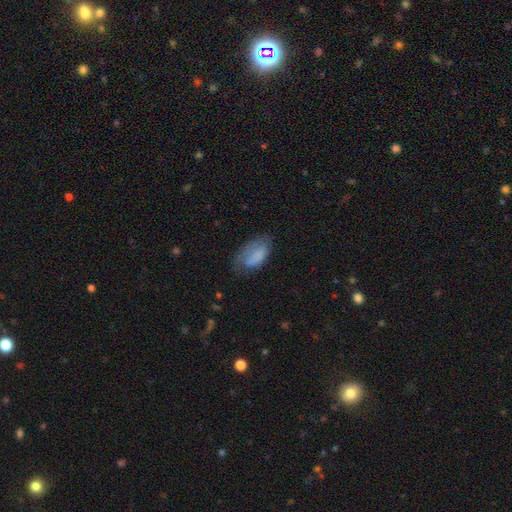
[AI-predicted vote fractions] smooth-or-featured: smooth: 69% | featured or disk: 24% | star or artifact: 8%
  how-rounded: in between: 93% | cigar-shaped: 4% | round: 4%
  merging: none: 47% | minor disturbance: 31% | major disturbance: 20% | merger: 2%